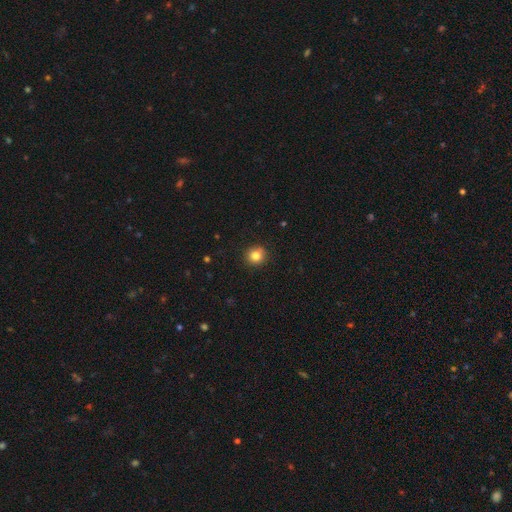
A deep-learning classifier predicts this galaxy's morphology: This appears to be a smooth galaxy with no disk features (83%) that is round (90%). Merging: none (89%).